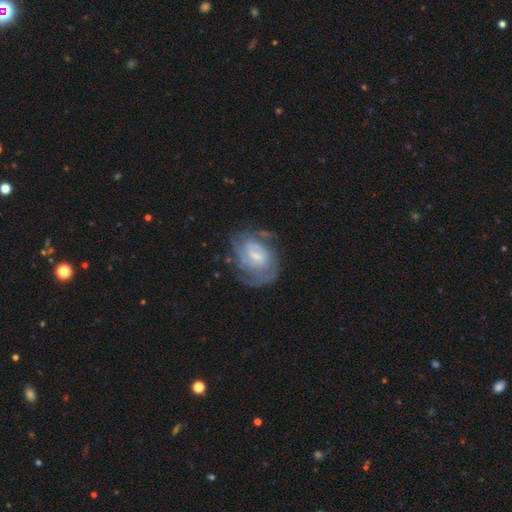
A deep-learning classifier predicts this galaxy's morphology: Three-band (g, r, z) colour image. It shows a featured or disk galaxy (81%) with a weak bar (54%), 2 (35%) tight (52%) spiral arms (91%) and a small central bulge (47%). Merging: none (61%).